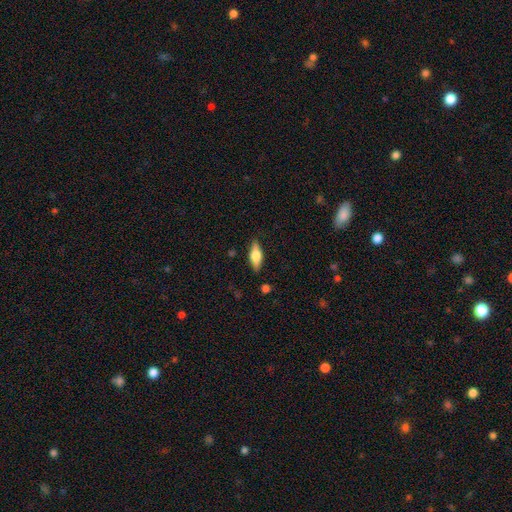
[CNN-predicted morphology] Overall: smooth (55%; featured or disk 39%). How rounded: in between (67%; cigar-shaped 29%). Merging: none (86%).